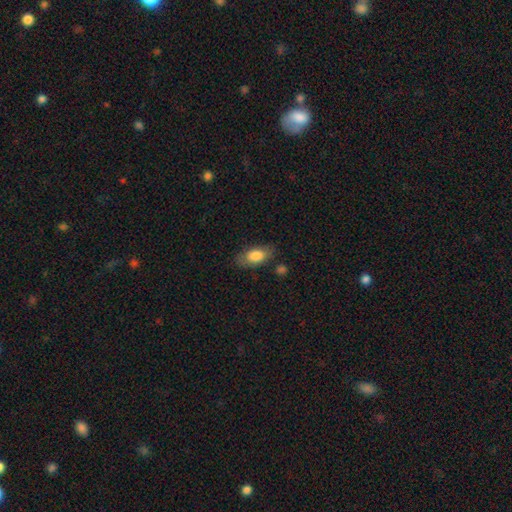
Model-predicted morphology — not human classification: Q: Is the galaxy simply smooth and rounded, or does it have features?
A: smooth — 79%.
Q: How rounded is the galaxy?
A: in between — 89%.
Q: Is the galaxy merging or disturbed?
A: none — 72%.